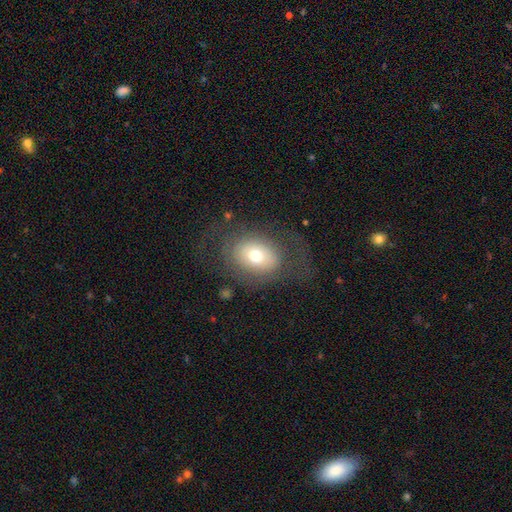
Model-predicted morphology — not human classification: A smooth galaxy with no disk features (59%) that is in between round and cigar-shaped (67%).

Vote fractions:
- Smooth or featured? smooth: 59% / featured or disk: 31% / star or artifact: 10%
- How rounded? in between: 67% / round: 32% / cigar-shaped: 1%
- Merging? none: 60% / major disturbance: 23% / minor disturbance: 16% / merger: 2%